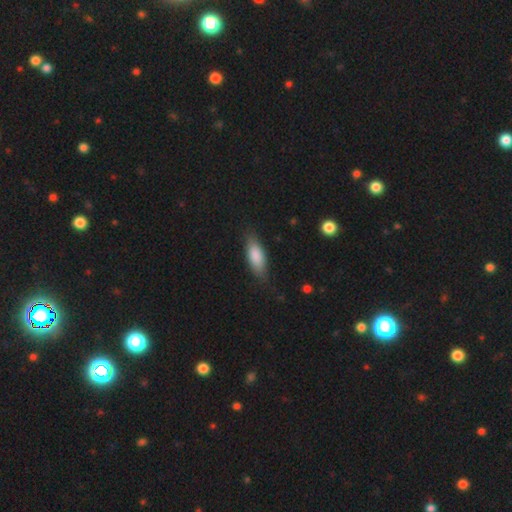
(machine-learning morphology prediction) A smooth galaxy with no disk features (84%) that is in between round and cigar-shaped (74%). Merging: none (79%).